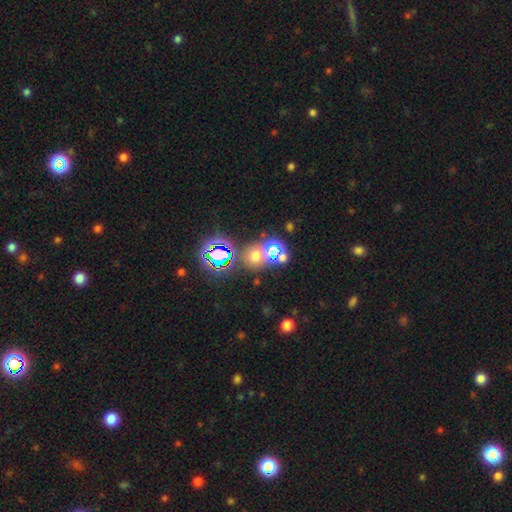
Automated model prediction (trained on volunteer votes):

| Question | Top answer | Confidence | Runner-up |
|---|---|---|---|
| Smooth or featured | smooth | 47% | star or artifact (43%) |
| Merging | none | 63% | merger (24%) |